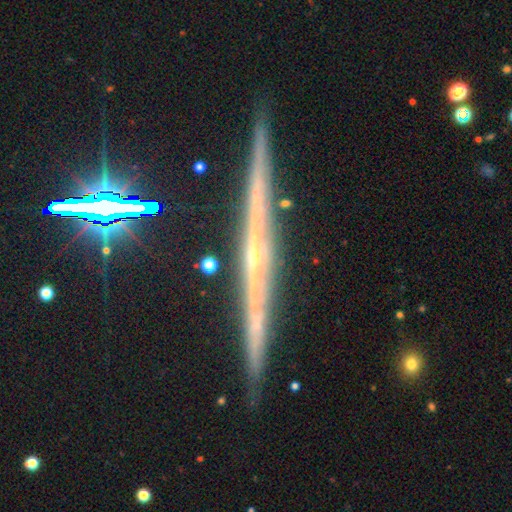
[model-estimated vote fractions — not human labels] A featured or disk galaxy (78%) viewed edge-on (98%) with no central bulge (49%). Merging: none (88%).